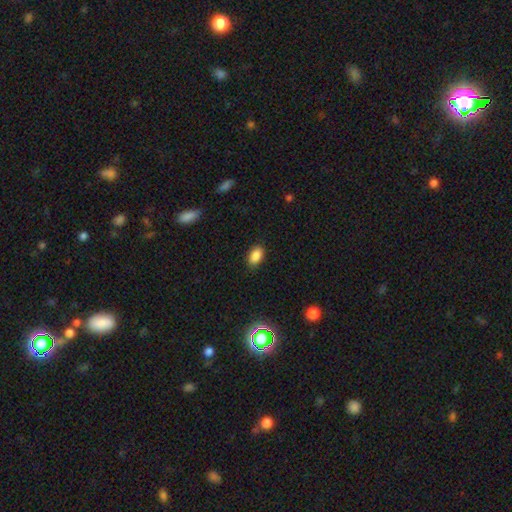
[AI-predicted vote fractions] The model was most divided on "smooth or featured": smooth: 87%, star or artifact: 9%, featured or disk: 4%. More confident: how rounded — in between (89%); merging — none (88%).